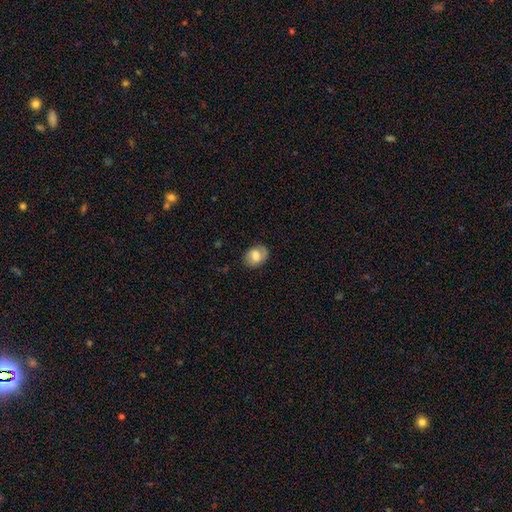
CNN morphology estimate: Q: Smooth or featured?
A: smooth (68%); runner-up: featured or disk (24%)
Q: How rounded?
A: in between (70%); runner-up: round (29%)
Q: Merging?
A: none (78%); runner-up: minor disturbance (16%)